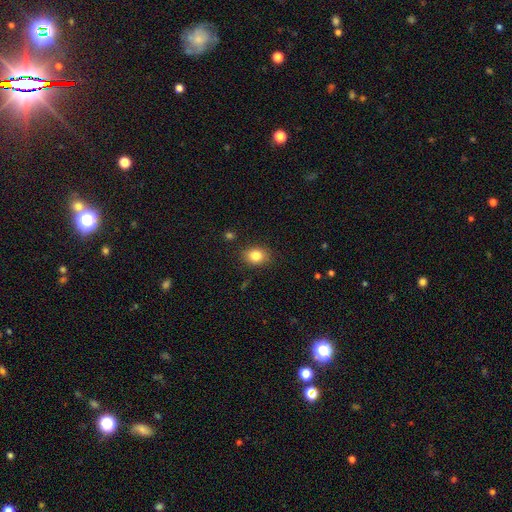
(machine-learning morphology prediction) Smooth or featured: smooth — 83% (star or artifact — 10%)
How rounded: in between — 57% (round — 42%)
Merging: none — 85% (minor disturbance — 10%)